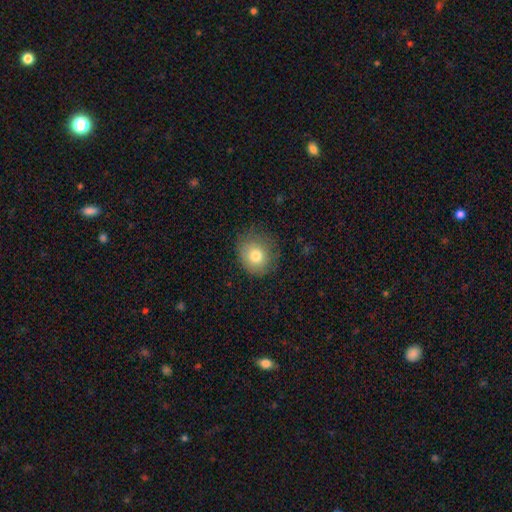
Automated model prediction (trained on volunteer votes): Overall: smooth (78%). How rounded: round (77%). Merging: none (74%).